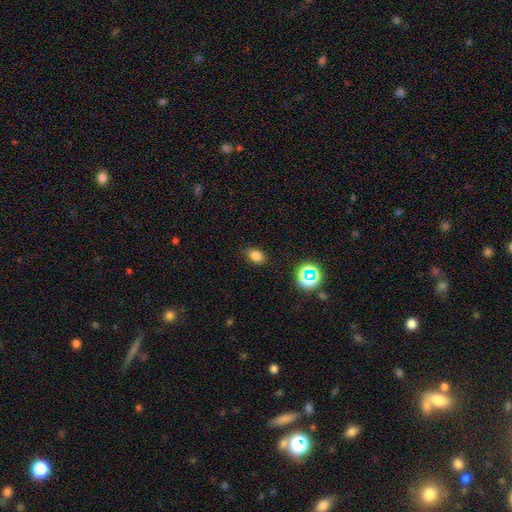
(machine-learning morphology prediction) Q: Smooth or featured?
A: smooth (78%); runner-up: star or artifact (15%)
Q: How rounded?
A: in between (71%); runner-up: round (28%)
Q: Merging?
A: none (86%); runner-up: minor disturbance (10%)